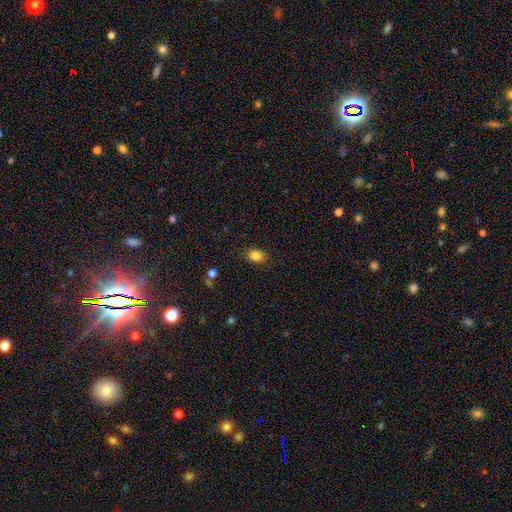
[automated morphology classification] Smooth or featured? smooth (83%)
How rounded? in between (63%)
Merging? none (83%)